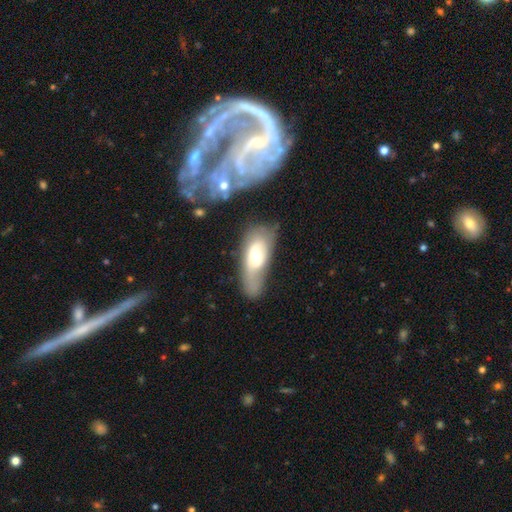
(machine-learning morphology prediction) A featured or disk galaxy (48%). Merging: none (38%).